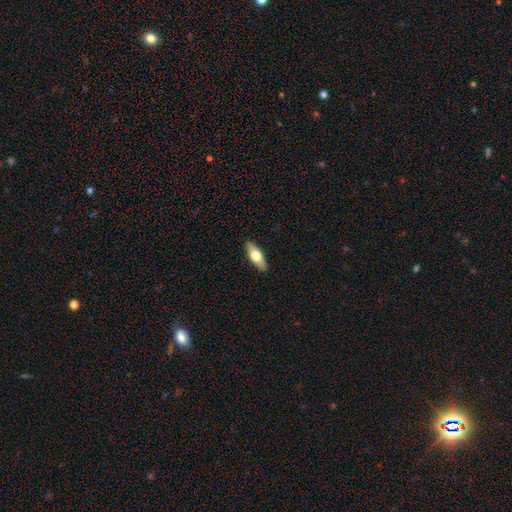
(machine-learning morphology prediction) Smooth or featured: smooth — 61% (featured or disk — 33%)
How rounded: in between — 69% (cigar-shaped — 28%)
Merging: none — 89% (minor disturbance — 8%)